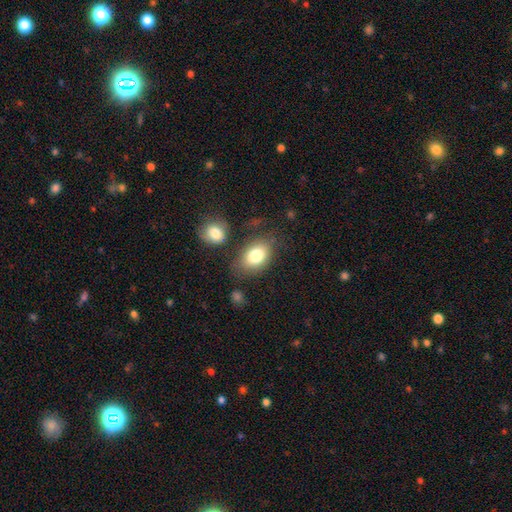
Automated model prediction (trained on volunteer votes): Smooth or featured? smooth (80%)
How rounded? in between (82%)
Merging? none (69%)